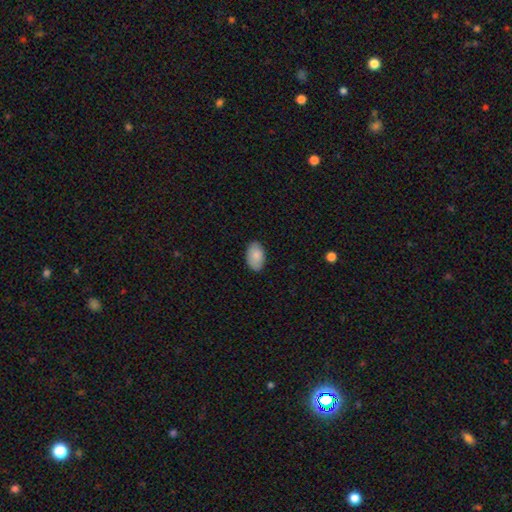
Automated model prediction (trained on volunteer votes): smooth_or_featured: smooth (p=0.86) [alt: featured or disk p=0.08]
how_rounded: in between (p=0.93) [alt: round p=0.06]
merging: none (p=0.84) [alt: minor disturbance p=0.12]